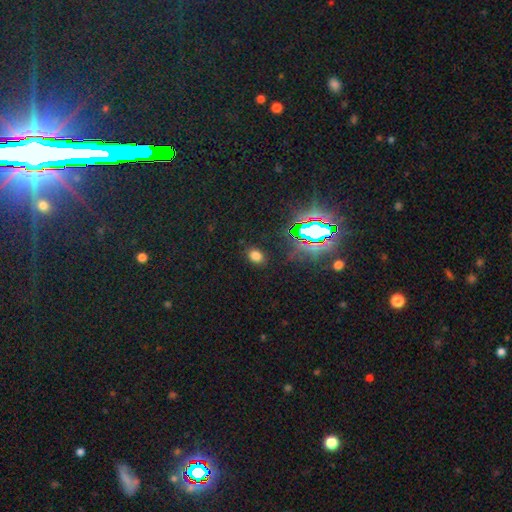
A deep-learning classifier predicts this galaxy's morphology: smooth 69%, star or artifact 25%, featured or disk 6%. Down the decision tree: how rounded — in between (71%); merging — none (87%).